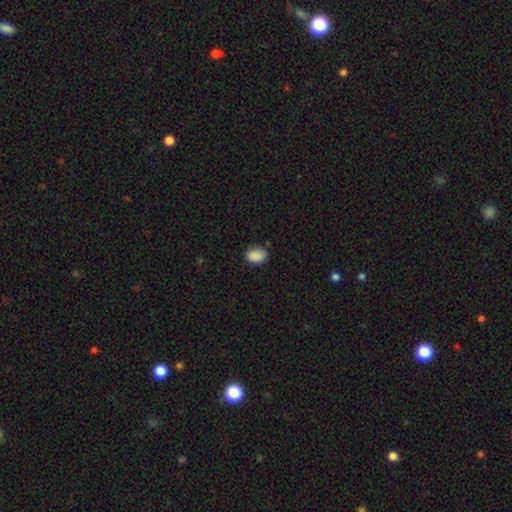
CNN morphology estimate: Q: Smooth or featured?
A: smooth (89%); runner-up: star or artifact (8%)
Q: How rounded?
A: in between (85%); runner-up: round (14%)
Q: Merging?
A: none (81%); runner-up: minor disturbance (15%)